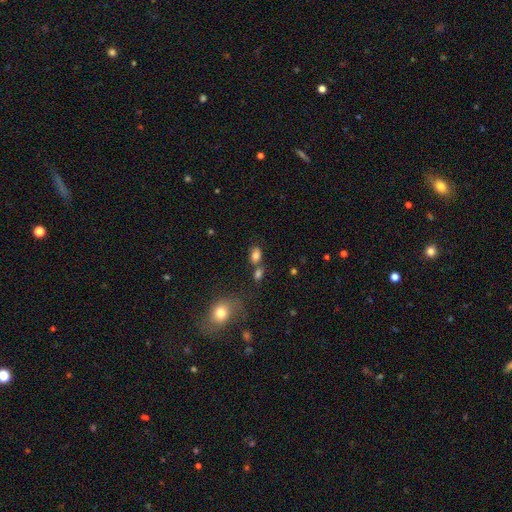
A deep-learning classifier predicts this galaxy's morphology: smooth_or_featured: smooth (p=0.81) [alt: star or artifact p=0.12]
how_rounded: in between (p=0.76) [alt: round p=0.22]
merging: none (p=0.51) [alt: merger p=0.29]